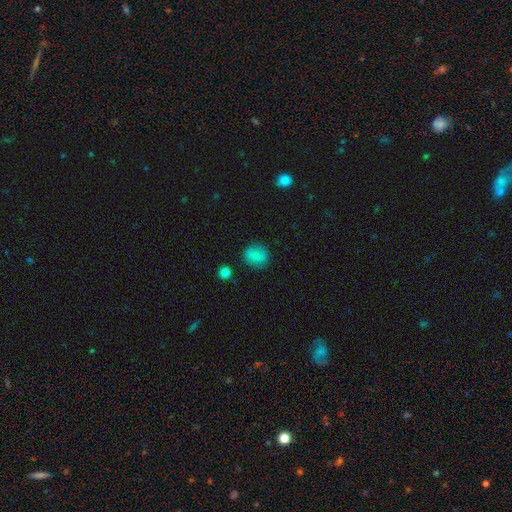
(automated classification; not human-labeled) The model was most divided on "how rounded": round: 80%, in between: 19%, cigar-shaped: 1%. More confident: merging — none (85%); smooth or featured — smooth (79%).